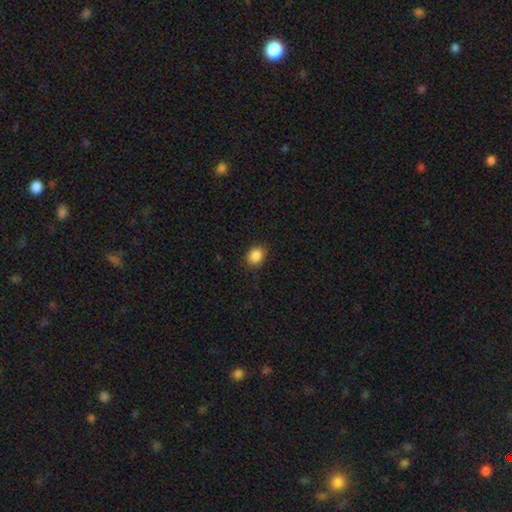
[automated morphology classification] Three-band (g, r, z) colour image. It shows a smooth galaxy with no disk features (87%) that is round (51%). Merging: none (86%).